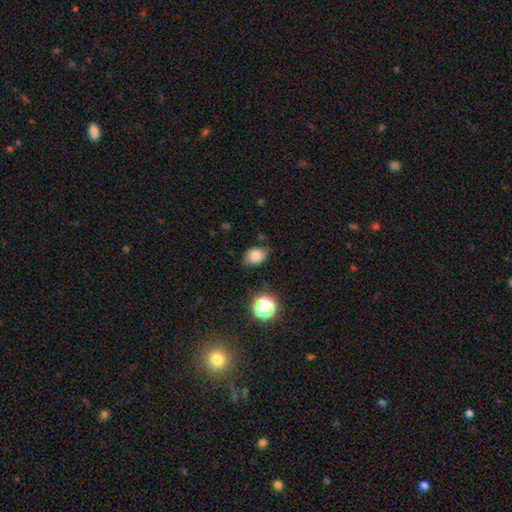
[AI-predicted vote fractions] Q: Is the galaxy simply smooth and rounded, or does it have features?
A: smooth — 80%.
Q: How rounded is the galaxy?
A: in between — 68%.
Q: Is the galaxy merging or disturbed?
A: none — 75%.